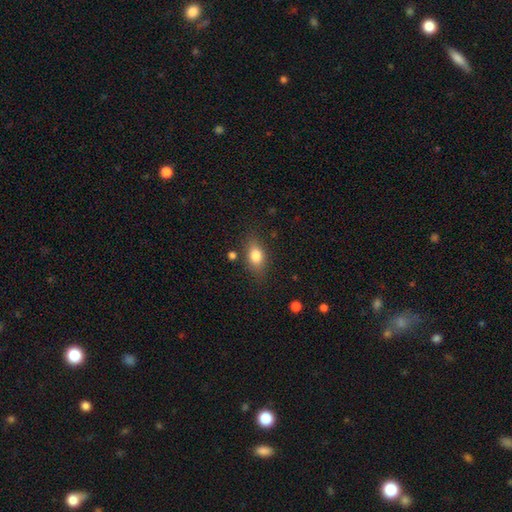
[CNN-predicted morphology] smooth-or-featured: smooth: 80% | featured or disk: 11% | star or artifact: 9%
  how-rounded: in between: 80% | round: 14% | cigar-shaped: 6%
  merging: none: 78% | minor disturbance: 14% | major disturbance: 4% | merger: 3%